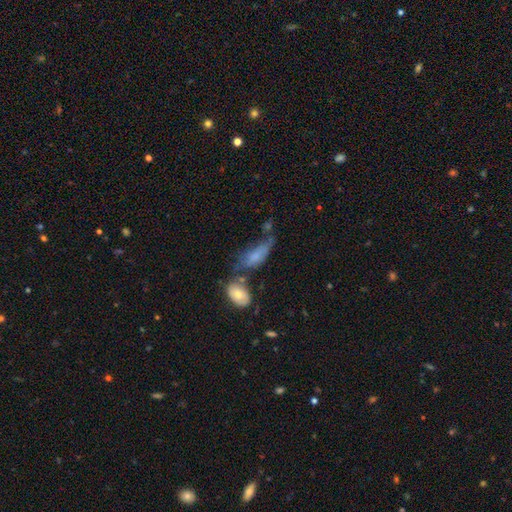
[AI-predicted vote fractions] smooth 62%, featured or disk 27%, star or artifact 11%. Down the decision tree: how rounded — in between (71%); merging — none (27%).